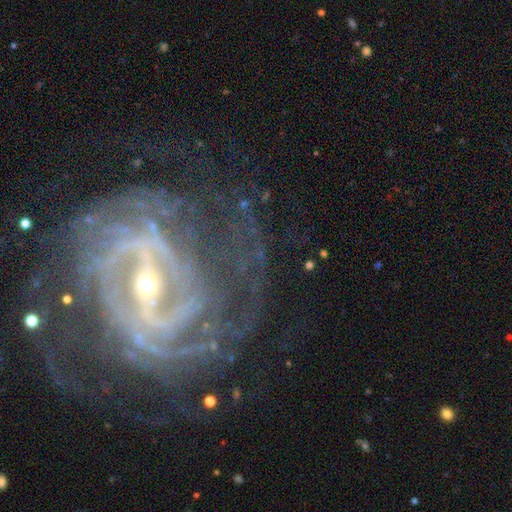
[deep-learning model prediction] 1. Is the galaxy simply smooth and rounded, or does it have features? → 90% featured or disk, 7% star or artifact, 4% smooth.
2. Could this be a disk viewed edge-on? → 96% no, 4% yes.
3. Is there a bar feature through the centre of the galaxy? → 63% strong, 27% weak, 11% no.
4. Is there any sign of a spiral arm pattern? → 96% yes, 4% no.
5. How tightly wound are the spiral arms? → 59% tight, 32% medium, 9% loose.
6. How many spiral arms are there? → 26% can't tell, 23% 2, 16% 4, 15% 3, 11% more than 4, 8% 1.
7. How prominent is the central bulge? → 76% small, 21% moderate, 2% large, 1% none, 1% dominant.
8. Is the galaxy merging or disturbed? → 63% none, 17% major disturbance, 17% minor disturbance, 2% merger.